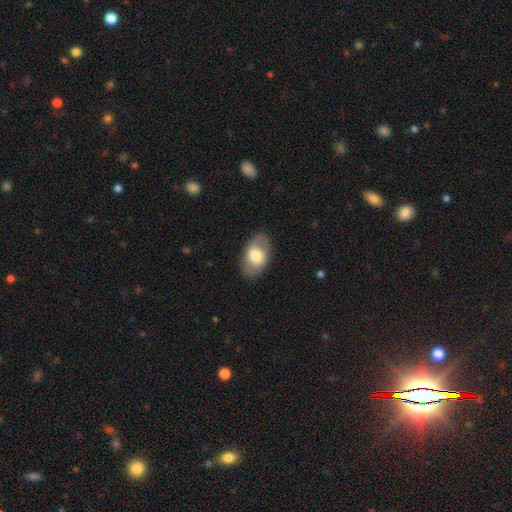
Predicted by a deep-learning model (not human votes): A smooth galaxy with no disk features (64%) that is in between round and cigar-shaped (89%). Merging: none (82%).